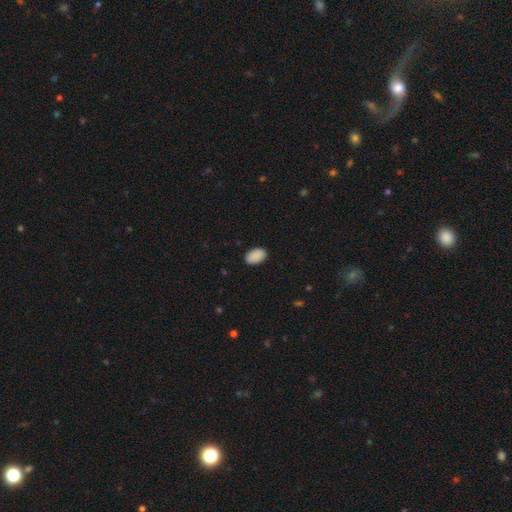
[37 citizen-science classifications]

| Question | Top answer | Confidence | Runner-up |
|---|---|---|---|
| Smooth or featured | smooth | 84% | featured or disk (8%) |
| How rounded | in between | 97% | cigar-shaped (3%) |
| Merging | none | 91% | minor disturbance (6%) |